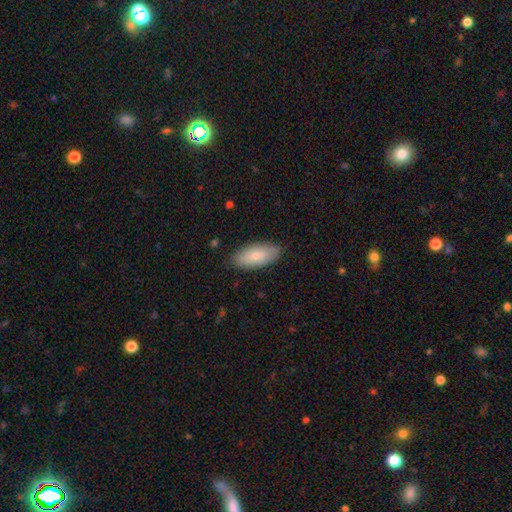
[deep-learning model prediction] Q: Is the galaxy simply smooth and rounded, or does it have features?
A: smooth — 83%.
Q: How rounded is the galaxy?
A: in between — 89%.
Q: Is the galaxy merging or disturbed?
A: none — 86%.